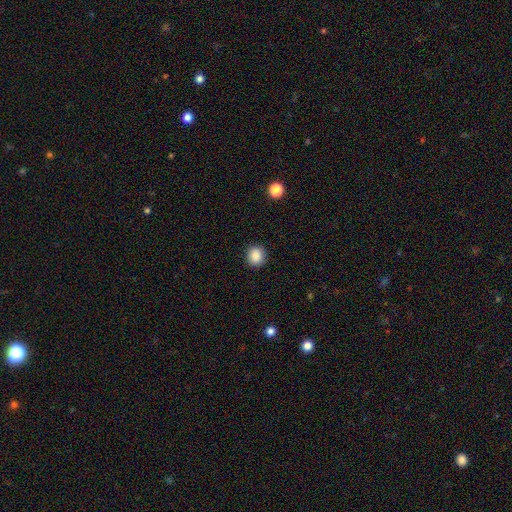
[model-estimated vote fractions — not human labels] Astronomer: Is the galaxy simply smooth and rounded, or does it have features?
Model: smooth — 88%.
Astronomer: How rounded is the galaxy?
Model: round — 81%.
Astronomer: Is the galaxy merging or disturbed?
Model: none — 90%.